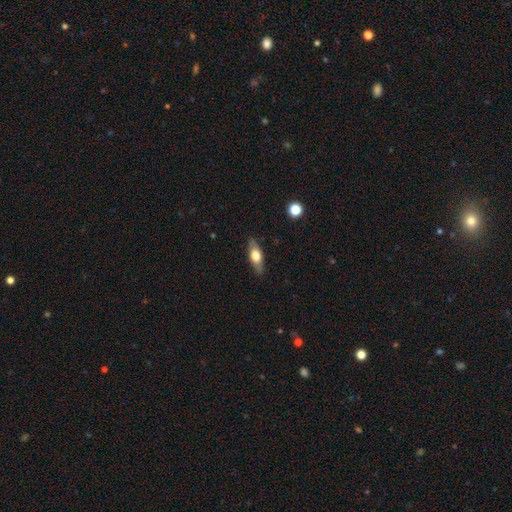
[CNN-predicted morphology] This appears to be a smooth galaxy with no disk features (55%) that is in between round and cigar-shaped (64%). Merging: none (86%).